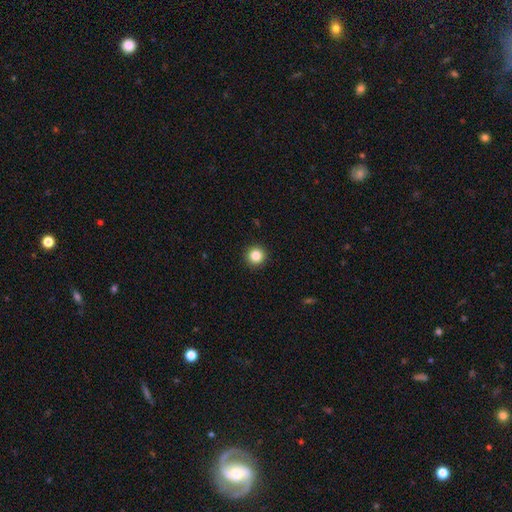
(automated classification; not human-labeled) A smooth galaxy with no disk features (84%) that is round (96%).

Vote fractions:
- Smooth or featured? smooth: 84% / star or artifact: 11% / featured or disk: 5%
- How rounded? round: 96% / in between: 3% / cigar-shaped: 1%
- Merging? none: 93% / minor disturbance: 4% / major disturbance: 2% / merger: 1%